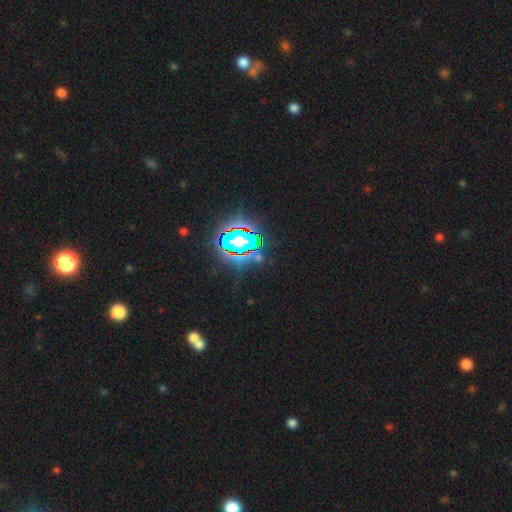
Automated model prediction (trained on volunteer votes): A star or artifact, not a galaxy (74%).

Vote fractions:
- Smooth or featured? star or artifact: 74% / smooth: 14% / featured or disk: 12%